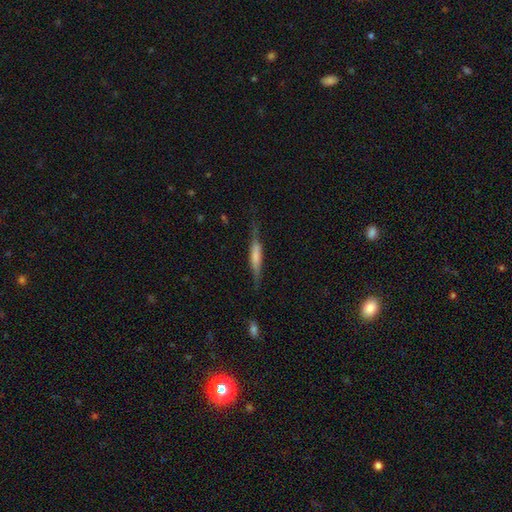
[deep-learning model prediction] Smooth or featured? Predicted: smooth (p=0.50). How rounded? Predicted: cigar-shaped (p=0.86). Merging? Predicted: none (p=0.68).